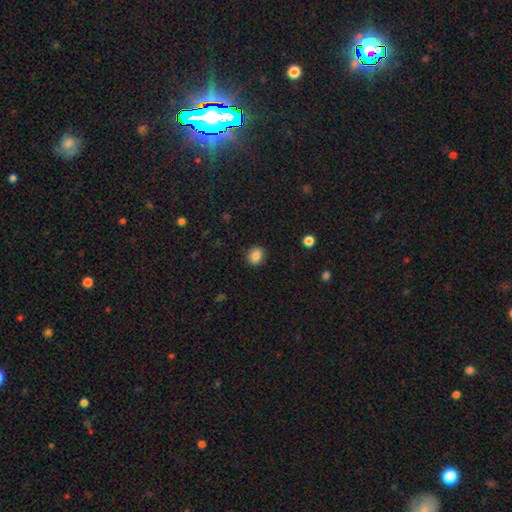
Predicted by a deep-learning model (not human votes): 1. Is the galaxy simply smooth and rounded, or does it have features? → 86% smooth, 9% star or artifact, 4% featured or disk.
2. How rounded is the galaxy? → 63% round, 36% in between, 1% cigar-shaped.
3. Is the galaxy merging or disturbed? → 88% none, 9% minor disturbance, 3% major disturbance, 1% merger.